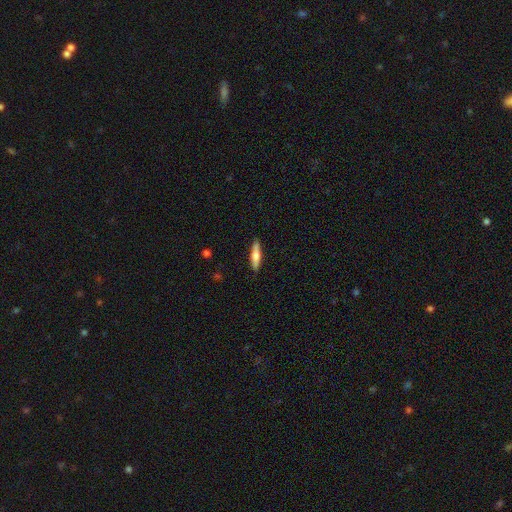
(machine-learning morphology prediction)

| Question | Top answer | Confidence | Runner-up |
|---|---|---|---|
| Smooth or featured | smooth | 55% | featured or disk (39%) |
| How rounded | cigar-shaped | 79% | in between (19%) |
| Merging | none | 89% | minor disturbance (8%) |